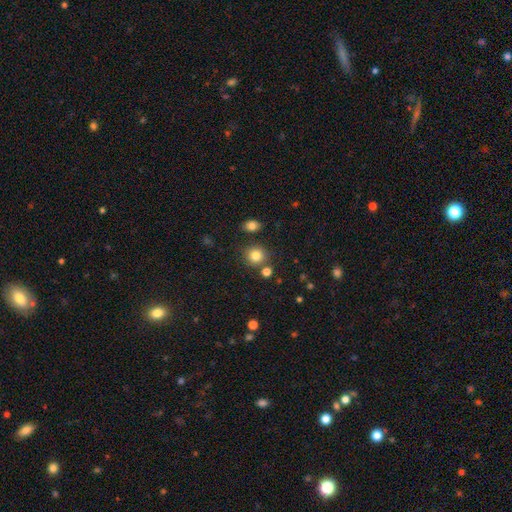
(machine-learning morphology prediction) Smooth or featured? Predicted: smooth (p=0.82). How rounded? Predicted: round (p=0.89). Merging? Predicted: none (p=0.80).